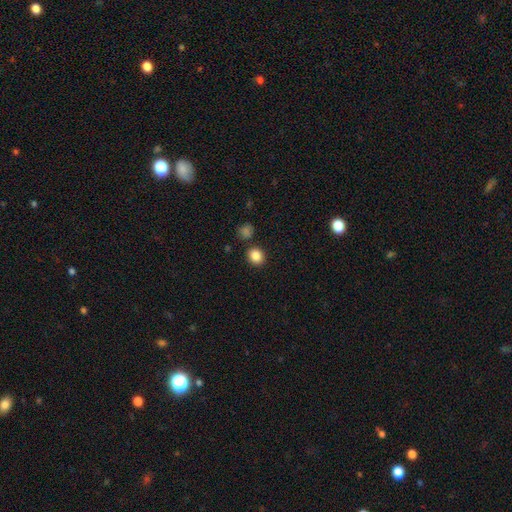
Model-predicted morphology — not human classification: This is clearly a smooth galaxy (86%). How rounded: likely round (71%). Merging: clearly none (85%).